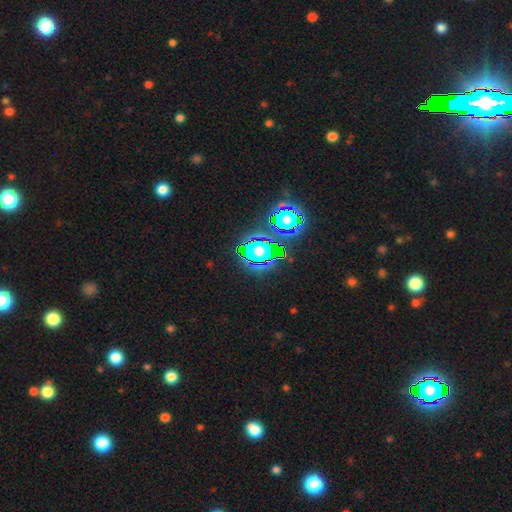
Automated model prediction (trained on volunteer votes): Smooth or featured: star or artifact — 79% (smooth — 13%)